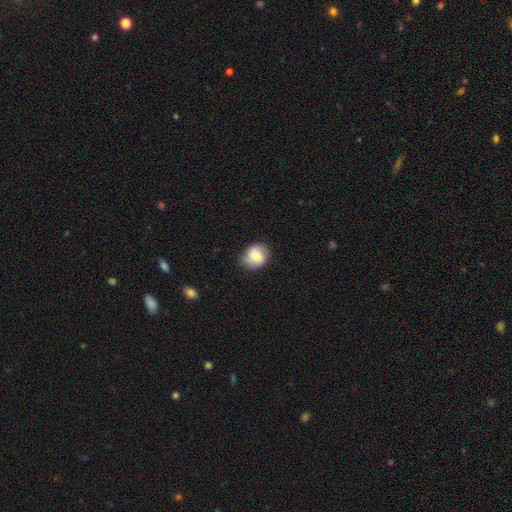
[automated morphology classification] Smooth or featured? Predicted: smooth (p=0.75). How rounded? Predicted: round (p=0.66). Merging? Predicted: none (p=0.76).